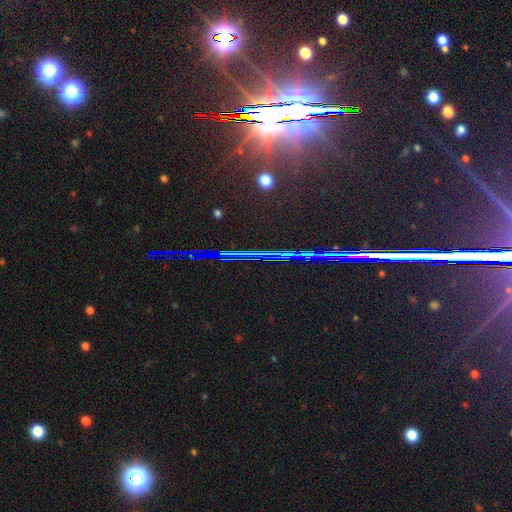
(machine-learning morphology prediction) Smooth or featured? star or artifact (85%)